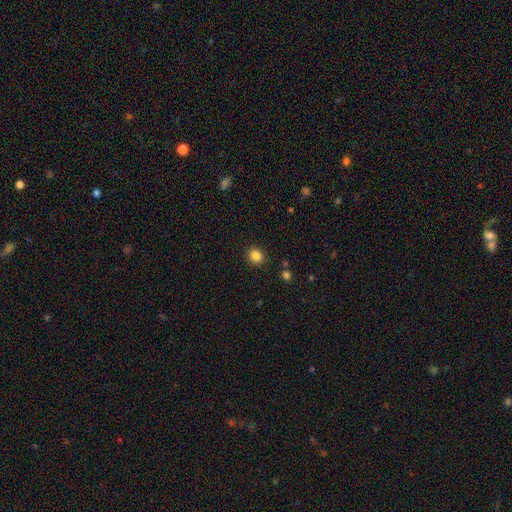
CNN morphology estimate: Smooth or featured: smooth — 85% (star or artifact — 11%)
How rounded: round — 80% (in between — 19%)
Merging: none — 90% (minor disturbance — 6%)